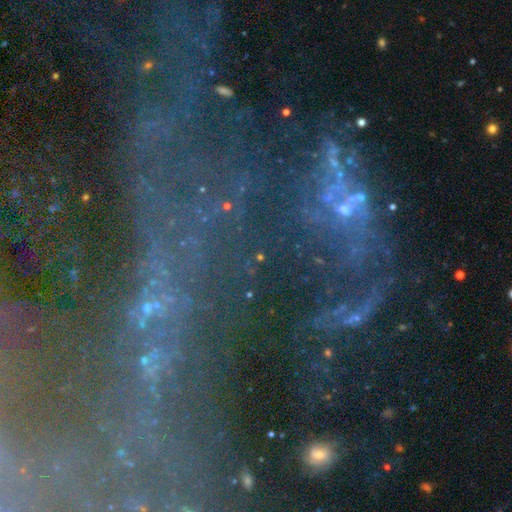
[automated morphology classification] smooth_or_featured: star or artifact (p=0.62) [alt: featured or disk p=0.27]